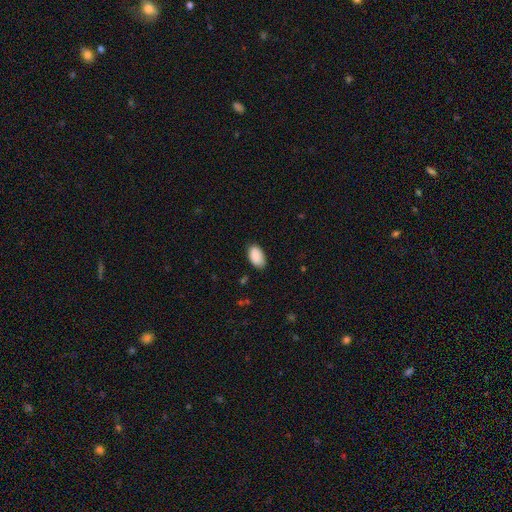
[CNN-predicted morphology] smooth 90%, star or artifact 7%, featured or disk 3%. Down the decision tree: how rounded — in between (95%); merging — none (80%).